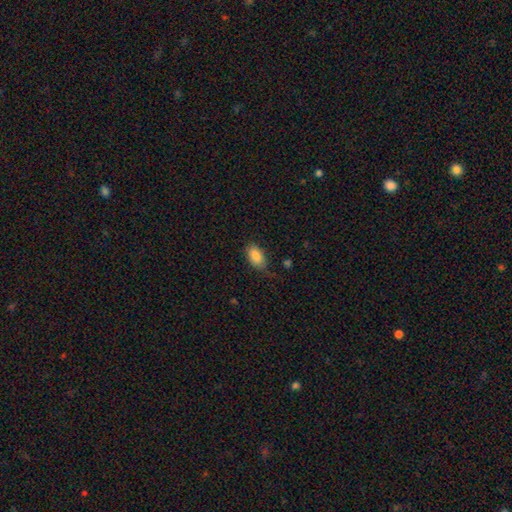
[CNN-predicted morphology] Q: Smooth or featured?
A: smooth (86%); runner-up: star or artifact (7%)
Q: How rounded?
A: in between (92%); runner-up: round (5%)
Q: Merging?
A: none (68%); runner-up: minor disturbance (25%)